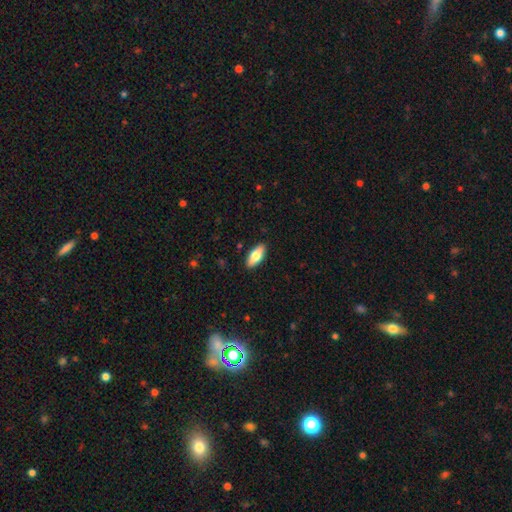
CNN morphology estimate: type=smooth (68%); roundness=in between (77%); merging=none (89%).